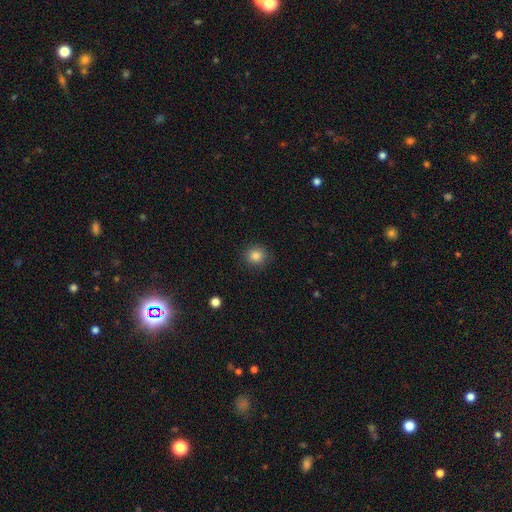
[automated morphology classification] smooth-or-featured: smooth: 85% | star or artifact: 11% | featured or disk: 5%
  how-rounded: round: 87% | in between: 12% | cigar-shaped: 1%
  merging: none: 89% | minor disturbance: 8% | major disturbance: 2% | merger: 1%